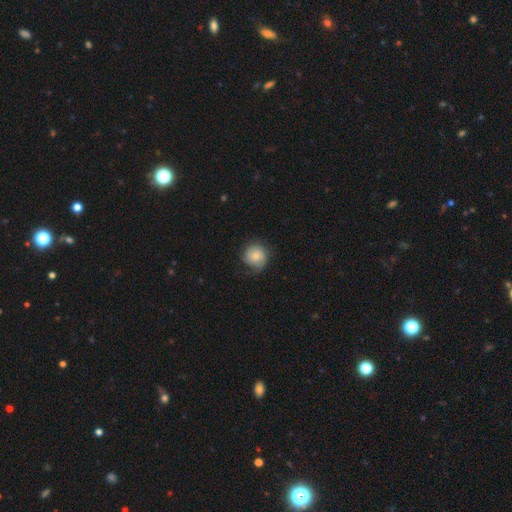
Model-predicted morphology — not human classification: smooth-or-featured: smooth: 60% | featured or disk: 33% | star or artifact: 7%
  how-rounded: round: 87% | in between: 12% | cigar-shaped: 1%
  merging: none: 69% | minor disturbance: 22% | major disturbance: 8% | merger: 1%